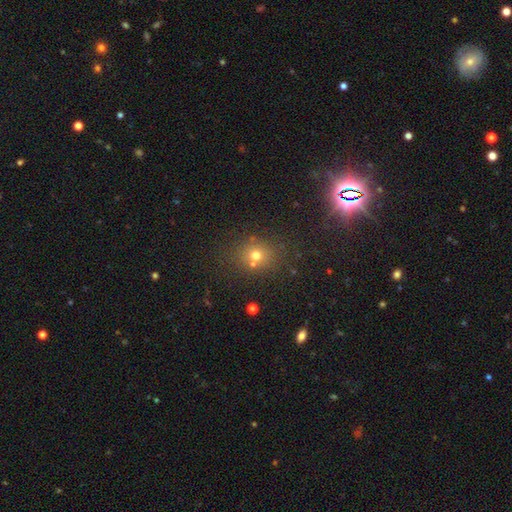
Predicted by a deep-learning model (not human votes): A smooth galaxy with no disk features (58%) that is round (79%).

Vote fractions:
- Smooth or featured? smooth: 58% / star or artifact: 31% / featured or disk: 12%
- How rounded? round: 79% / in between: 20% / cigar-shaped: 1%
- Merging? none: 69% / merger: 17% / minor disturbance: 10% / major disturbance: 4%